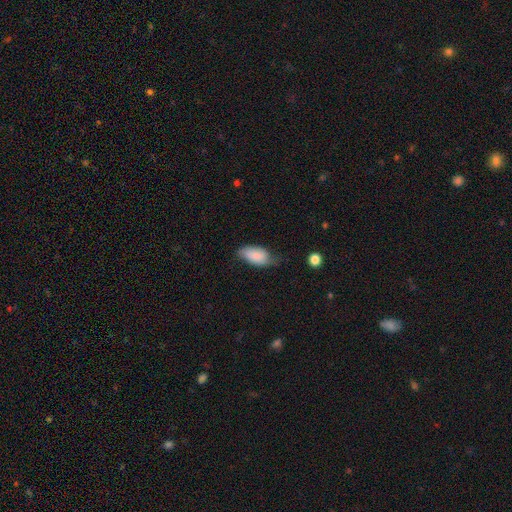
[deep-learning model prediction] Smooth or featured? Predicted: smooth (p=0.83). How rounded? Predicted: in between (p=0.92). Merging? Predicted: none (p=0.46).